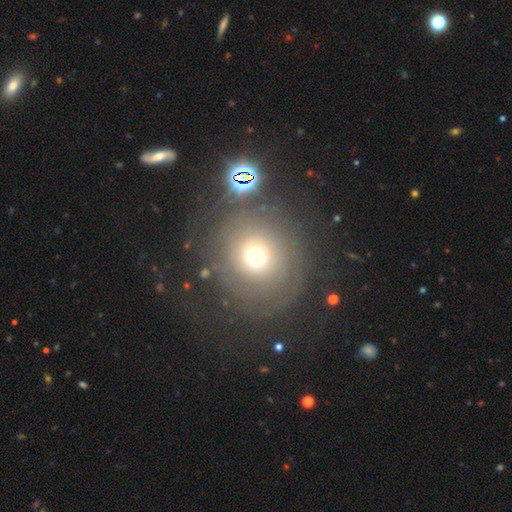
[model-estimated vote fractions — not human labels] This appears to be a smooth galaxy with no disk features (42%). Merging: none (68%).